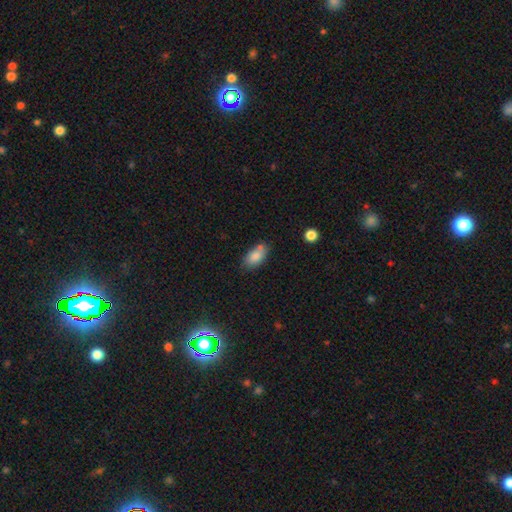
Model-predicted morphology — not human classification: smooth 83%, featured or disk 9%, star or artifact 8%. Down the decision tree: how rounded — in between (91%); merging — none (65%).